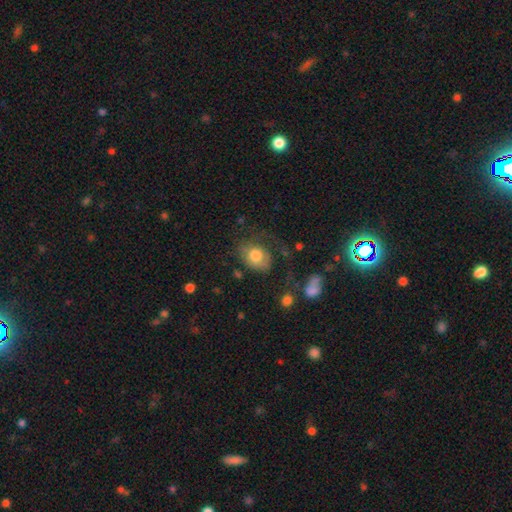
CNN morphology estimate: Smooth or featured?
  - smooth: 67% *
  - featured or disk: 25%
  - star or artifact: 9%
How rounded?
  - in between: 53% *
  - round: 46%
  - cigar-shaped: 1%
Merging?
  - none: 42% *
  - major disturbance: 33%
  - minor disturbance: 22%
  - merger: 4%